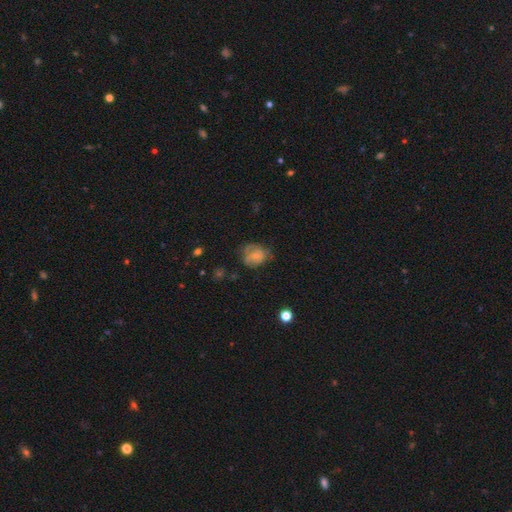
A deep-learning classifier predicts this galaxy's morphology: Smooth or featured: smooth — 50% (featured or disk — 40%)
Merging: none — 47% (minor disturbance — 30%)